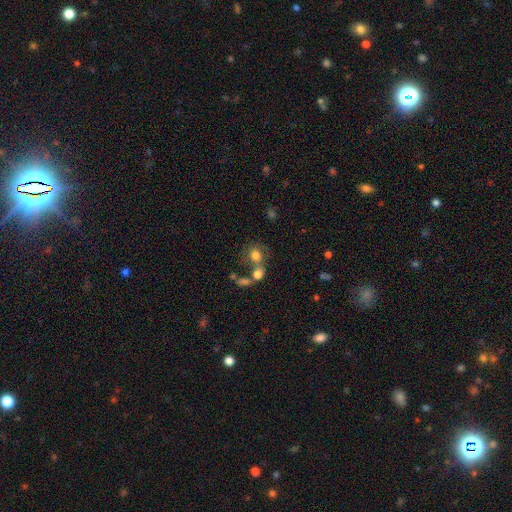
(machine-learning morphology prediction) Overall: smooth (70%). How rounded: round (68%; in between 30%). Merging: merger (41%; none 36%).